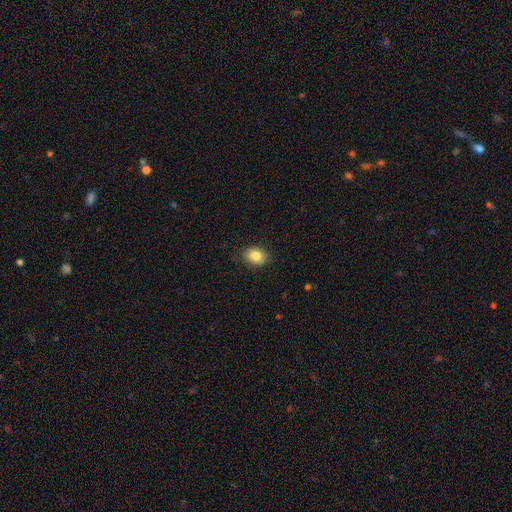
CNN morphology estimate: Q: Smooth or featured?
A: smooth (84%); runner-up: star or artifact (9%)
Q: How rounded?
A: in between (62%); runner-up: round (37%)
Q: Merging?
A: none (85%); runner-up: minor disturbance (11%)